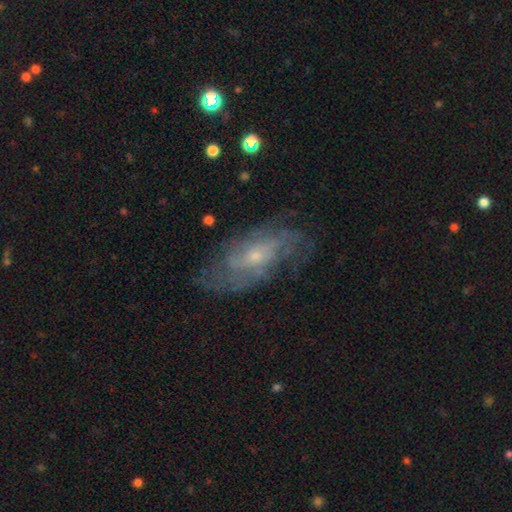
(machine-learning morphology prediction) Smooth or featured? featured or disk (74%)
Edge-on disk? no (91%)
Bar? no (70%)
Spiral arms? yes (84%)
Spiral winding? tight (43%)
Spiral arm count? can't tell (50%)
Bulge size? small (66%)
Merging? none (69%)